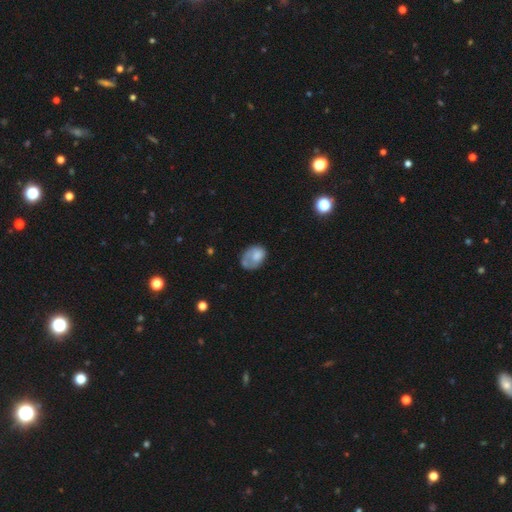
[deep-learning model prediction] The model was most divided on "merging": none: 42%, minor disturbance: 29%, major disturbance: 24%, merger: 4%. More confident: how rounded — in between (75%); smooth or featured — smooth (64%).